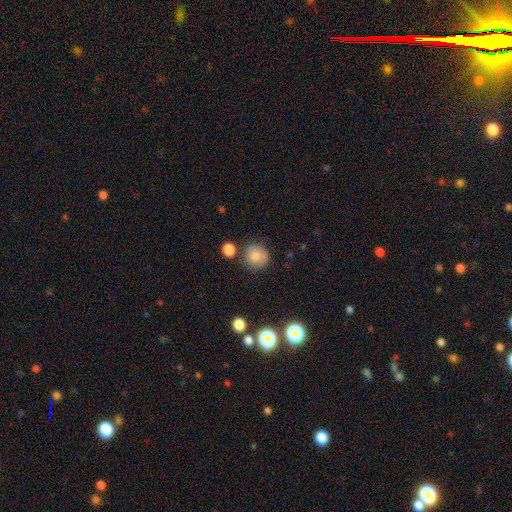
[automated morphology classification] type=smooth (79%); roundness=round (91%); merging=none (76%).